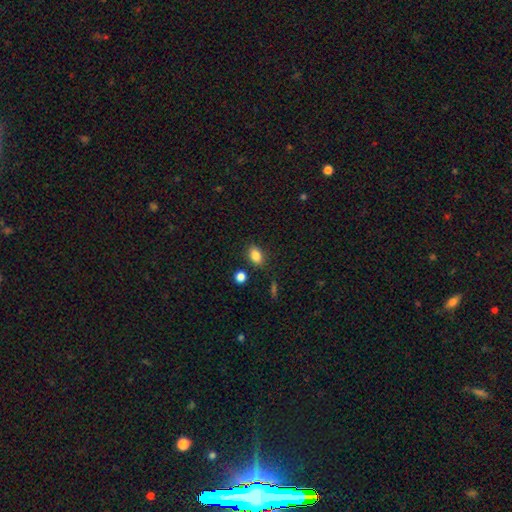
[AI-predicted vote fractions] smooth 84%, star or artifact 10%, featured or disk 6%. Down the decision tree: how rounded — in between (79%); merging — none (83%).